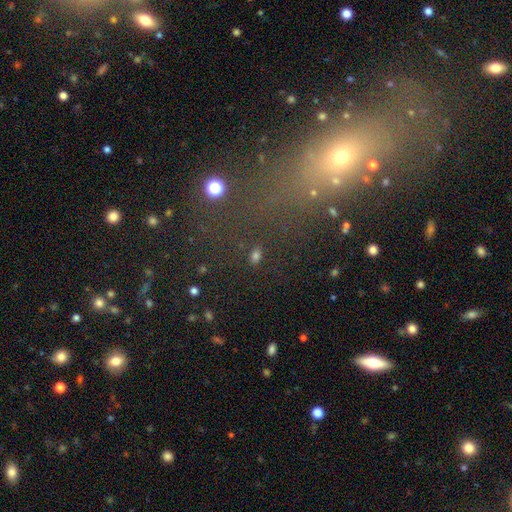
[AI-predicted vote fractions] smooth 63%, star or artifact 27%, featured or disk 10%. Down the decision tree: how rounded — in between (76%); merging — none (81%).